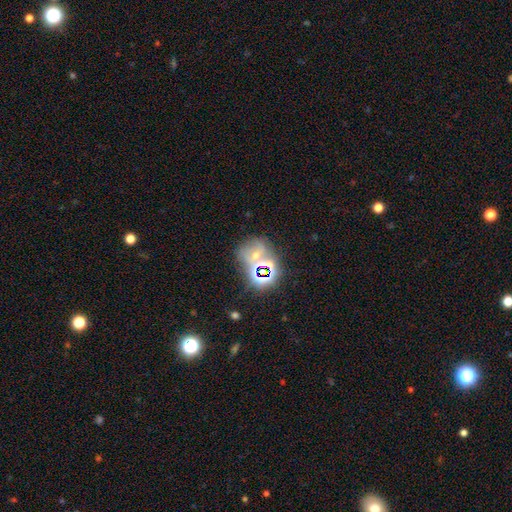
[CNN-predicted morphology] This is possibly a star or artifact rather than a galaxy (60%).